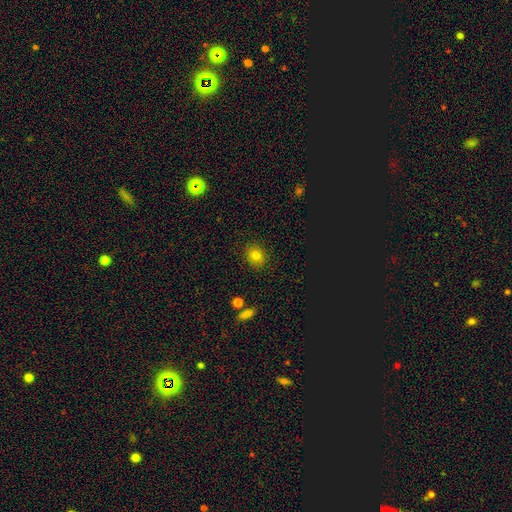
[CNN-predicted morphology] smooth 79%, star or artifact 13%, featured or disk 8%. Down the decision tree: how rounded — round (68%); merging — none (88%).